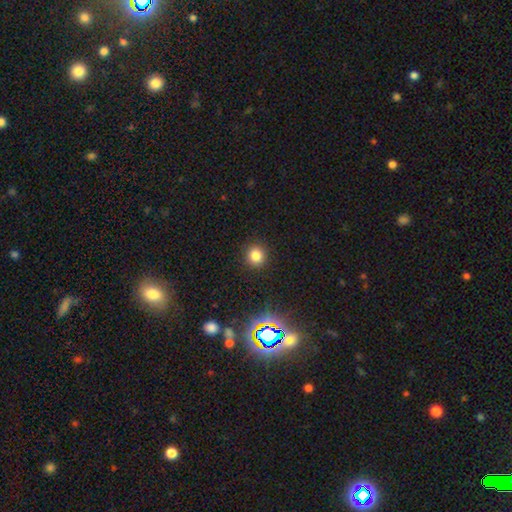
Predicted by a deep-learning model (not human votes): Smooth or featured? Predicted: smooth (p=0.79). How rounded? Predicted: round (p=0.90). Merging? Predicted: none (p=0.91).